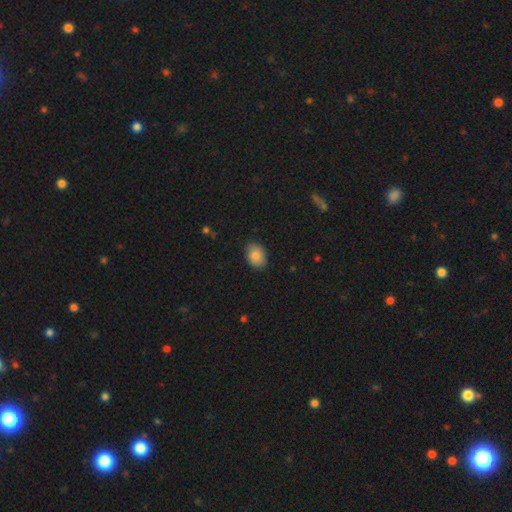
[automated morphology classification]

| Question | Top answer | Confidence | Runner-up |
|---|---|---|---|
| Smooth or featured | smooth | 85% | featured or disk (7%) |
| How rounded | in between | 75% | round (24%) |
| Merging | none | 82% | minor disturbance (14%) |